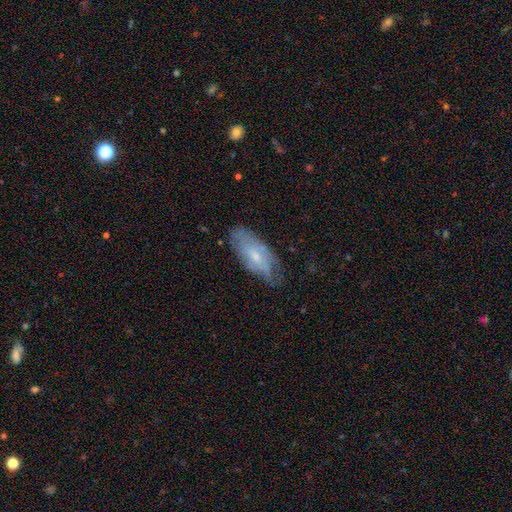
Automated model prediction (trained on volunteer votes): smooth-or-featured: featured or disk: 49% | smooth: 44% | star or artifact: 7%
  merging: none: 59% | minor disturbance: 30% | major disturbance: 9% | merger: 2%